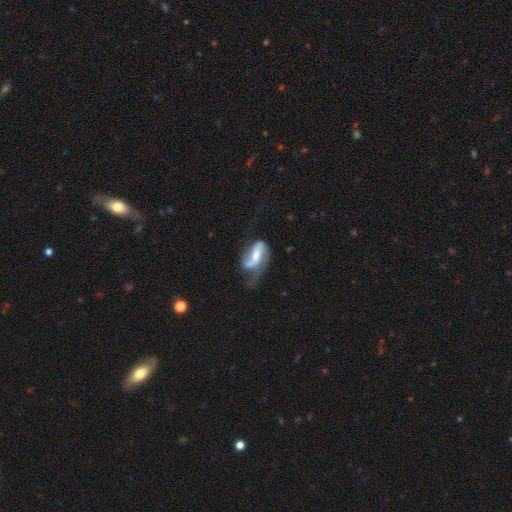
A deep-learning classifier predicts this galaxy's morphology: smooth_or_featured: featured or disk (p=0.68) [alt: smooth p=0.25]
disk_edge_on: no (p=0.92) [alt: yes p=0.08]
bar: strong (p=0.36) [alt: weak p=0.33]
has_spiral_arms: yes (p=0.82) [alt: no p=0.18]
spiral_winding: loose (p=0.60) [alt: medium p=0.29]
spiral_arm_count: 2 (p=0.76) [alt: 1 p=0.13]
bulge_size: moderate (p=0.49) [alt: small p=0.36]
merging: major disturbance (p=0.34) [alt: none p=0.30]